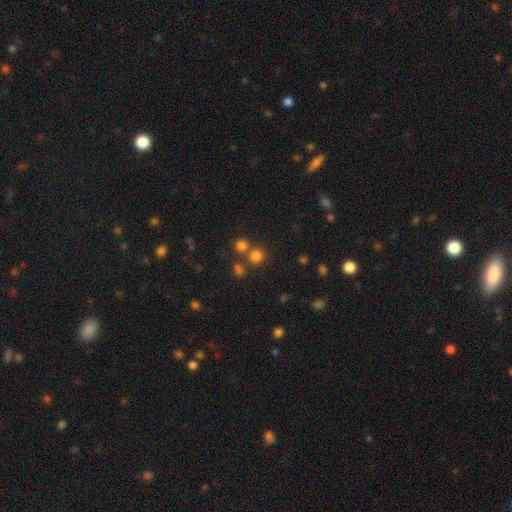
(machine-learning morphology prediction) smooth_or_featured: smooth (p=0.75) [alt: star or artifact p=0.19]
how_rounded: round (p=0.92) [alt: in between p=0.07]
merging: none (p=0.69) [alt: merger p=0.21]